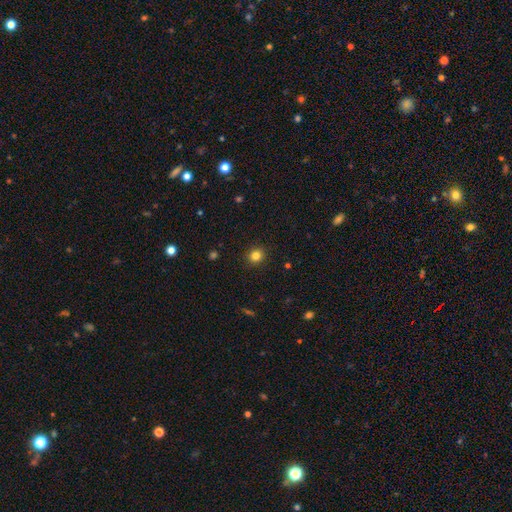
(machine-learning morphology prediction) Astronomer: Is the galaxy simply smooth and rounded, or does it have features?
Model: smooth — 82%.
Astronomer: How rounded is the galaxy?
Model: round — 83%.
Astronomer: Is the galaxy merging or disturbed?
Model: none — 91%.